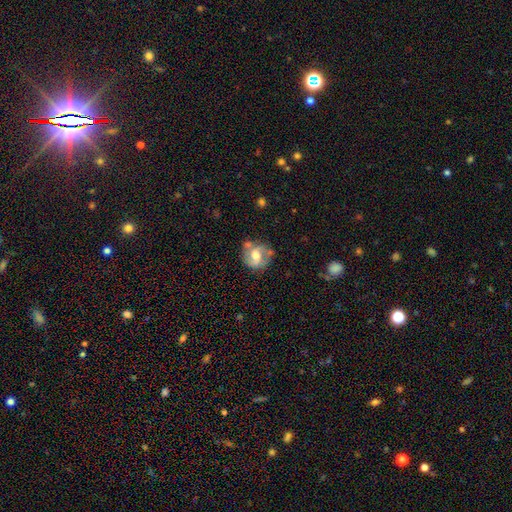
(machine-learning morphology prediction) This is likely a featured or disk galaxy (66%). It is clearly not viewed edge-on (97%). Bar: possibly weak (47%). Spiral arm pattern: clearly yes (83%). Spiral arm count: clearly 2 (82%). Spiral winding: possibly medium (50%). Central bulge: likely moderate (69%). Merging: likely none (62%).